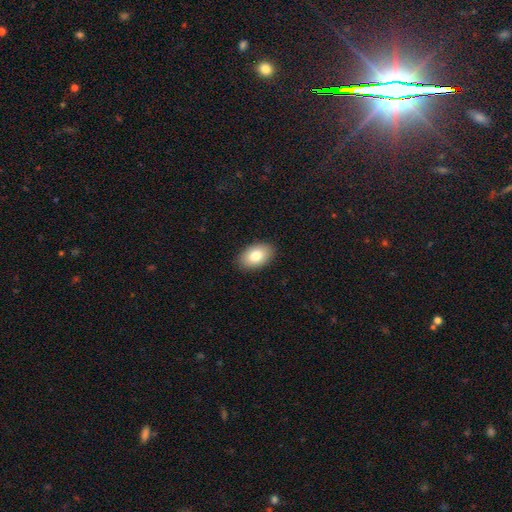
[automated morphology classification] A smooth galaxy with no disk features (80%) that is in between round and cigar-shaped (92%). Merging: none (89%).